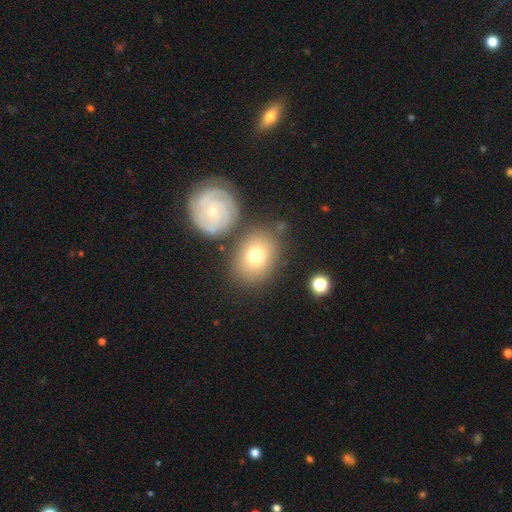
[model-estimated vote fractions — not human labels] A smooth galaxy with no disk features (73%) that is in between round and cigar-shaped (55%).

Vote fractions:
- Smooth or featured? smooth: 73% / featured or disk: 18% / star or artifact: 8%
- How rounded? in between: 55% / round: 44% / cigar-shaped: 1%
- Merging? none: 71% / minor disturbance: 13% / merger: 11% / major disturbance: 4%